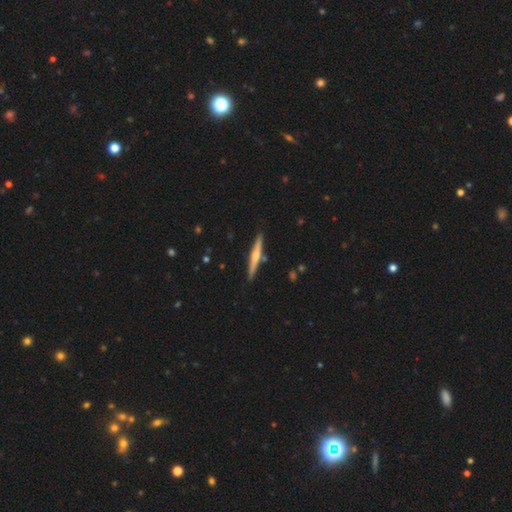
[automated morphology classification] A featured or disk galaxy (58%) viewed edge-on (97%) with a rounded central bulge (74%).

Vote fractions:
- Smooth or featured? featured or disk: 58% / smooth: 37% / star or artifact: 6%
- Edge-on disk? yes: 97% / no: 3%
- Edge-on bulge? rounded: 74% / none: 19% / boxy: 7%
- Merging? none: 86% / minor disturbance: 8% / merger: 4% / major disturbance: 2%